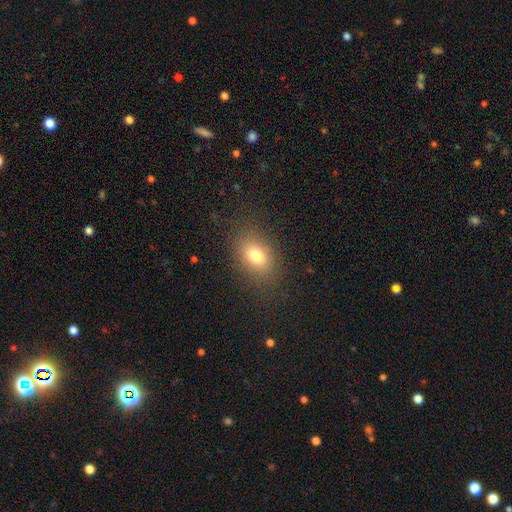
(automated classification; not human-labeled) Q: Smooth or featured?
A: smooth (78%); runner-up: star or artifact (12%)
Q: How rounded?
A: in between (76%); runner-up: round (23%)
Q: Merging?
A: none (83%); runner-up: minor disturbance (11%)